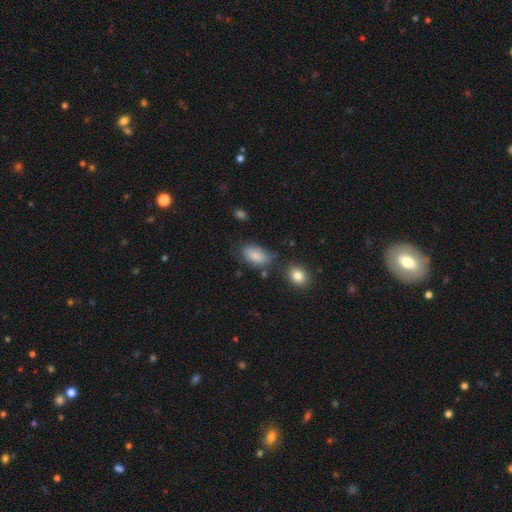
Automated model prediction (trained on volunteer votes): A smooth galaxy with no disk features (83%) that is in between round and cigar-shaped (93%).

Vote fractions:
- Smooth or featured? smooth: 83% / featured or disk: 9% / star or artifact: 8%
- How rounded? in between: 93% / round: 5% / cigar-shaped: 2%
- Merging? none: 58% / minor disturbance: 27% / major disturbance: 8% / merger: 6%